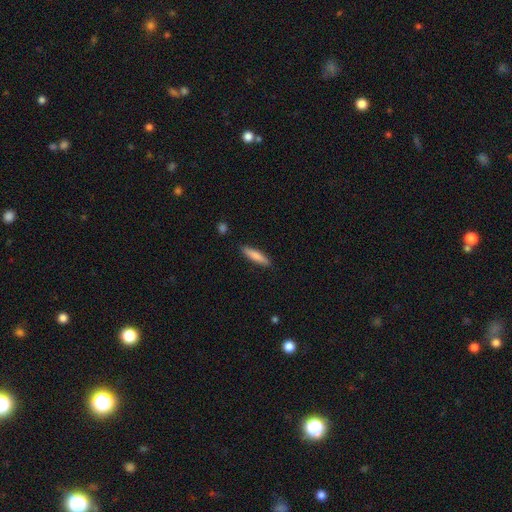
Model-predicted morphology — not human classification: Smooth or featured?
  - smooth: 77% *
  - featured or disk: 17%
  - star or artifact: 6%
How rounded?
  - cigar-shaped: 83% *
  - in between: 16%
  - round: 1%
Merging?
  - none: 89% *
  - minor disturbance: 8%
  - major disturbance: 2%
  - merger: 1%